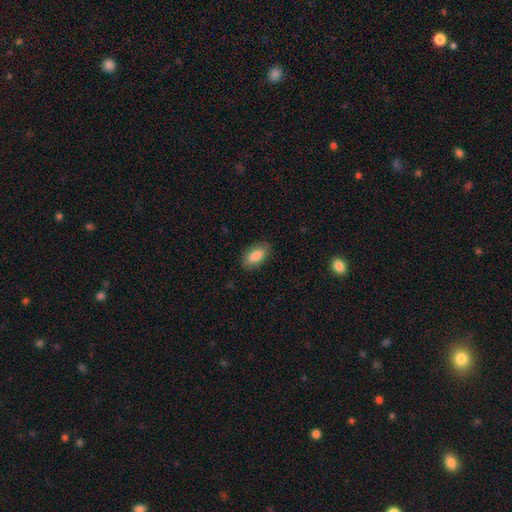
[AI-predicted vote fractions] smooth-or-featured: smooth: 86% | featured or disk: 8% | star or artifact: 6%
  how-rounded: in between: 93% | cigar-shaped: 4% | round: 3%
  merging: none: 85% | minor disturbance: 11% | major disturbance: 3% | merger: 1%